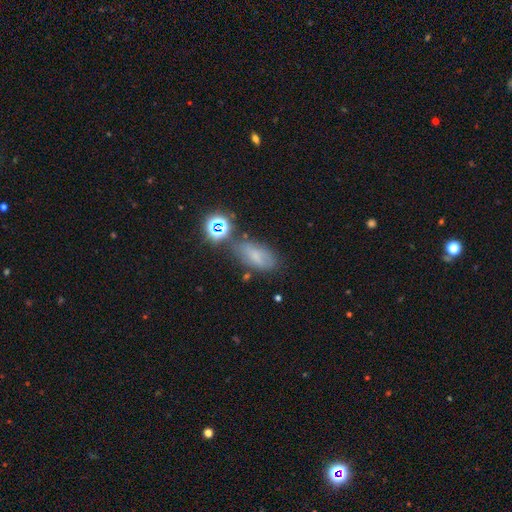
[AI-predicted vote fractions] smooth_or_featured: smooth (p=0.58) [alt: star or artifact p=0.23]
how_rounded: in between (p=0.84) [alt: round p=0.08]
merging: none (p=0.58) [alt: minor disturbance p=0.24]